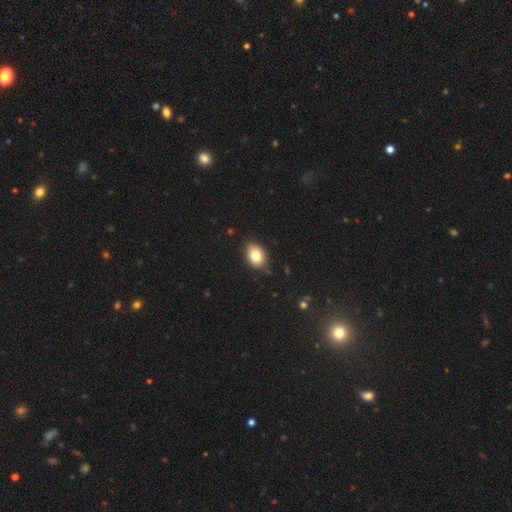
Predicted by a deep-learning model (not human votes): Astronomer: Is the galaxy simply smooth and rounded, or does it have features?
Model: smooth — 81%.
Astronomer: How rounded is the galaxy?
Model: in between — 72%.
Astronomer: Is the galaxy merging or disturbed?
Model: none — 85%.